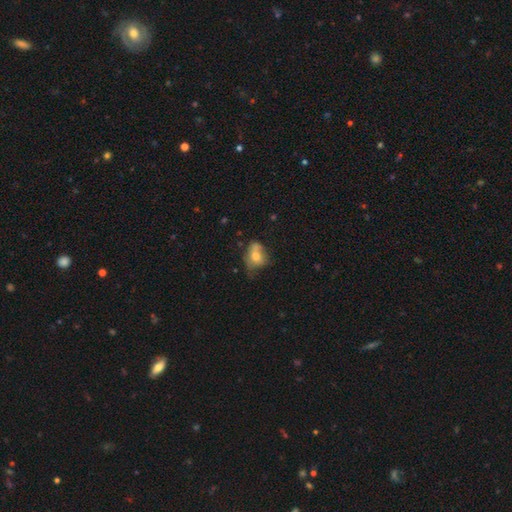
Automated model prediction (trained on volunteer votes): Smooth or featured: smooth — 67% (featured or disk — 23%)
How rounded: in between — 63% (round — 36%)
Merging: none — 36% (minor disturbance — 33%)